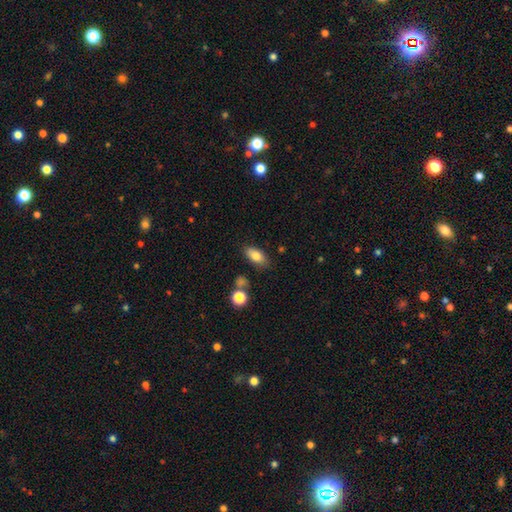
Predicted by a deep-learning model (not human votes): smooth_or_featured: smooth (p=0.80) [alt: featured or disk p=0.11]
how_rounded: in between (p=0.88) [alt: cigar-shaped p=0.06]
merging: none (p=0.80) [alt: minor disturbance p=0.13]